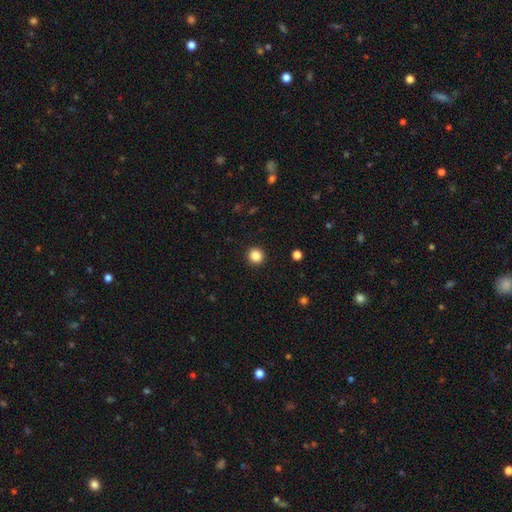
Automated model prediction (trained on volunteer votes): Q: Smooth or featured?
A: smooth (85%); runner-up: star or artifact (12%)
Q: How rounded?
A: round (95%); runner-up: in between (4%)
Q: Merging?
A: none (93%); runner-up: minor disturbance (4%)